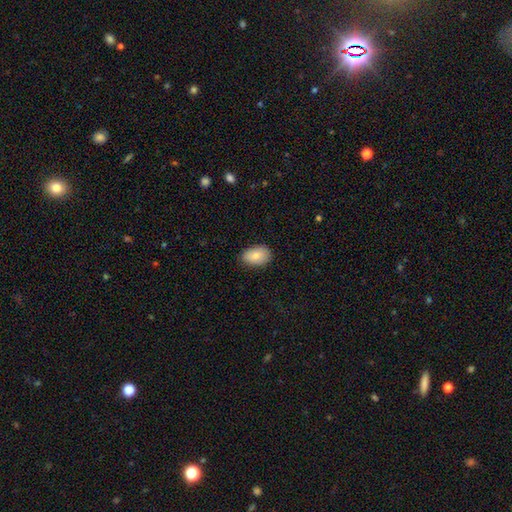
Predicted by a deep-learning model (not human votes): A smooth galaxy with no disk features (80%) that is in between round and cigar-shaped (88%). Merging: none (83%).